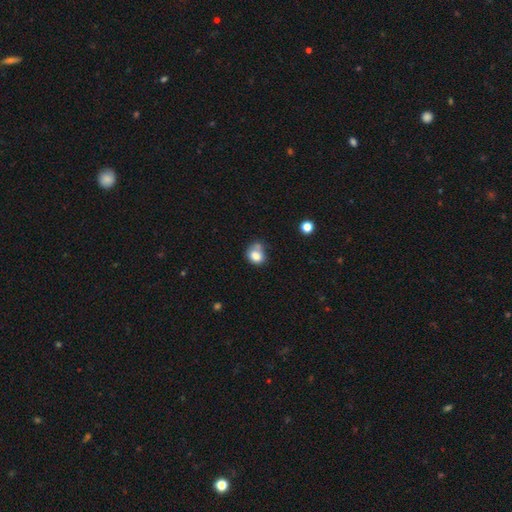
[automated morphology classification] This appears to be a smooth galaxy with no disk features (79%) that is round (54%). Merging: none (42%).